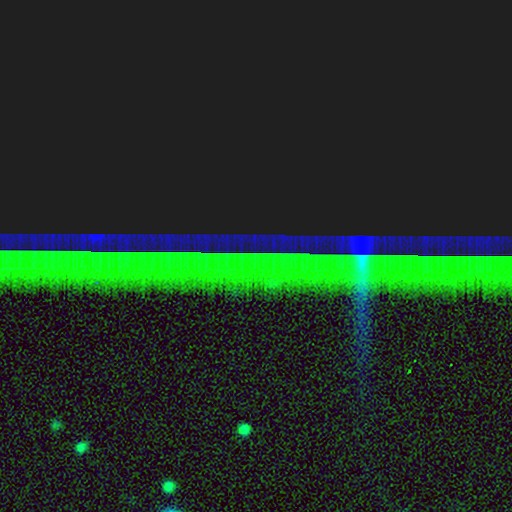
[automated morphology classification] star or artifact 86%, featured or disk 8%, smooth 6%.